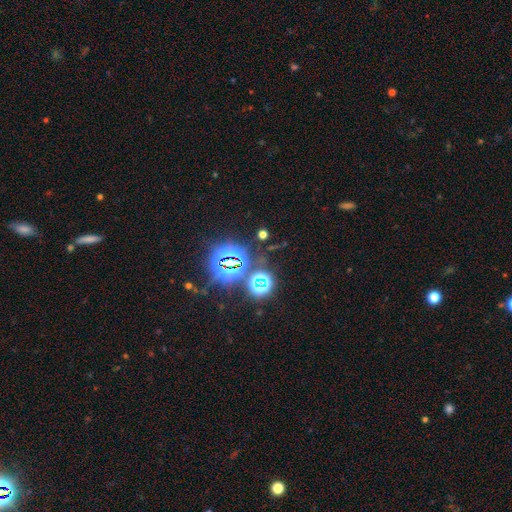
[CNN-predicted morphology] The model was most divided on "smooth or featured": star or artifact: 79%, smooth: 14%, featured or disk: 7%.